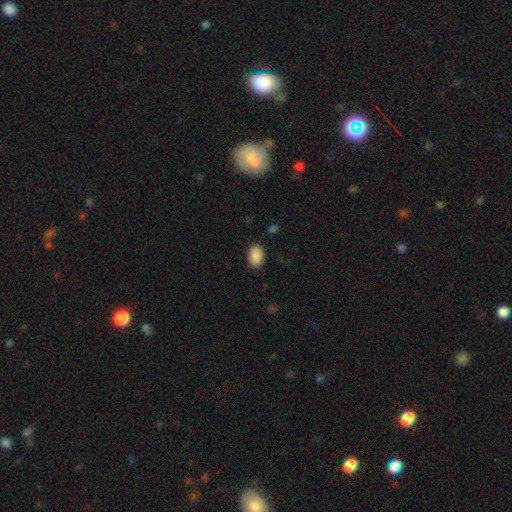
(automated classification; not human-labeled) A smooth galaxy with no disk features (90%) that is in between round and cigar-shaped (91%). Merging: none (87%).